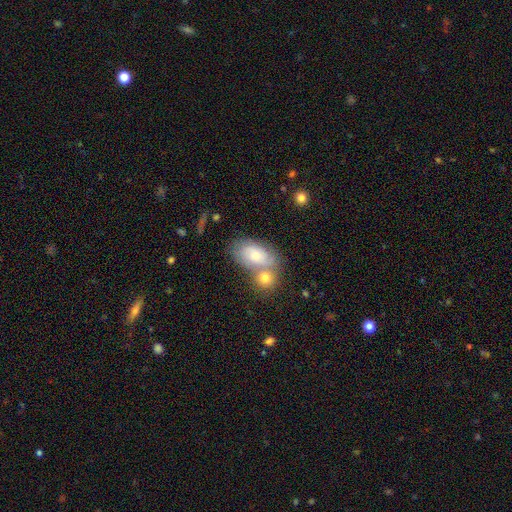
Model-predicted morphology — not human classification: Q: Smooth or featured?
A: smooth (63%); runner-up: featured or disk (29%)
Q: How rounded?
A: in between (87%); runner-up: round (11%)
Q: Merging?
A: merger (45%); runner-up: none (36%)